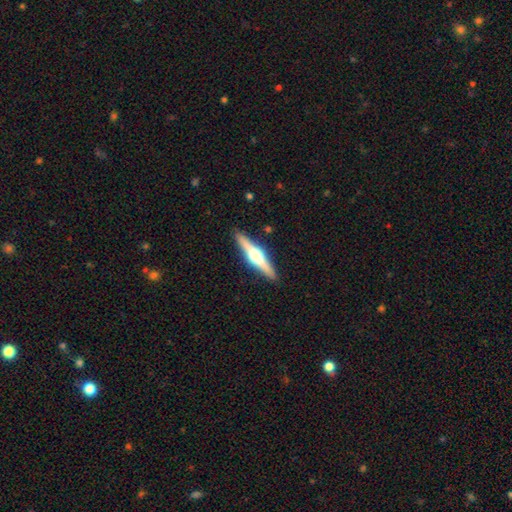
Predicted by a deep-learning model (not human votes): A featured or disk galaxy (75%) viewed edge-on (98%) with a rounded central bulge (96%). Merging: none (91%).